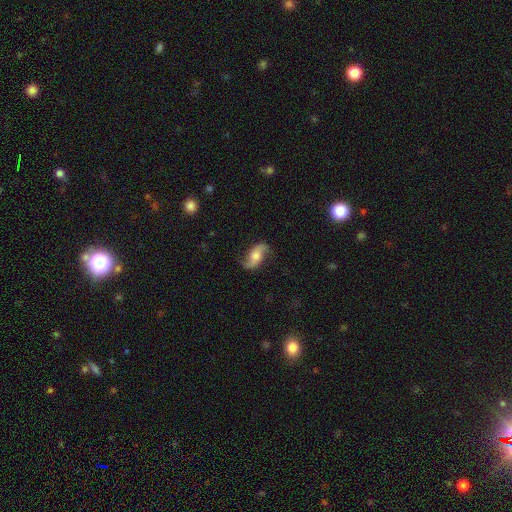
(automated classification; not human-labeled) featured or disk 71%, smooth 22%, star or artifact 7%. Down the decision tree: edge-on disk — no (93%); bar — no (58%); spiral arms — yes (94%); spiral arm count — 2 (92%); spiral winding — loose (75%); bulge size — moderate (47%); merging — none (77%).